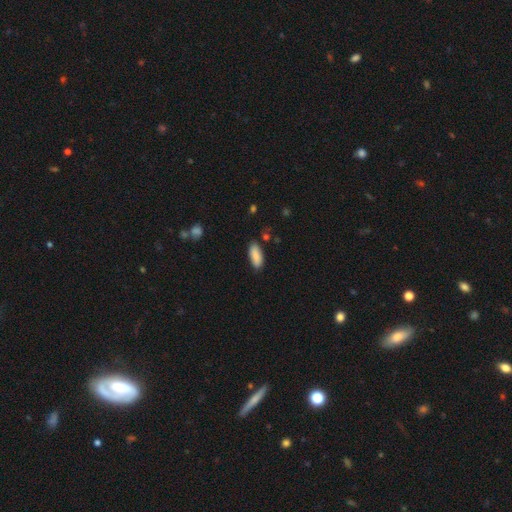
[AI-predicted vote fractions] The model was most divided on "how rounded": in between: 78%, cigar-shaped: 20%, round: 2%. More confident: smooth or featured — smooth (88%); merging — none (84%).